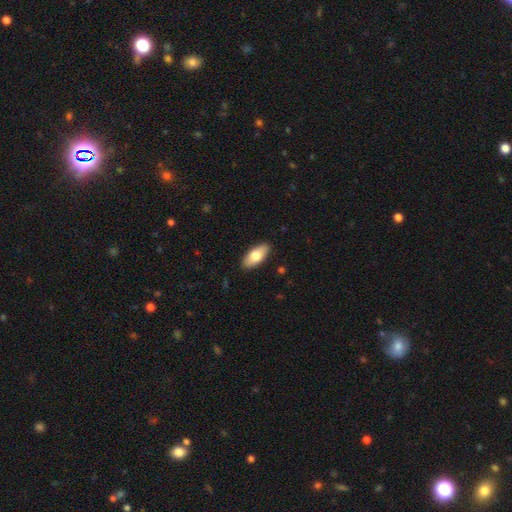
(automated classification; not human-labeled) Smooth or featured? Predicted: smooth (p=0.76). How rounded? Predicted: in between (p=0.88). Merging? Predicted: none (p=0.89).